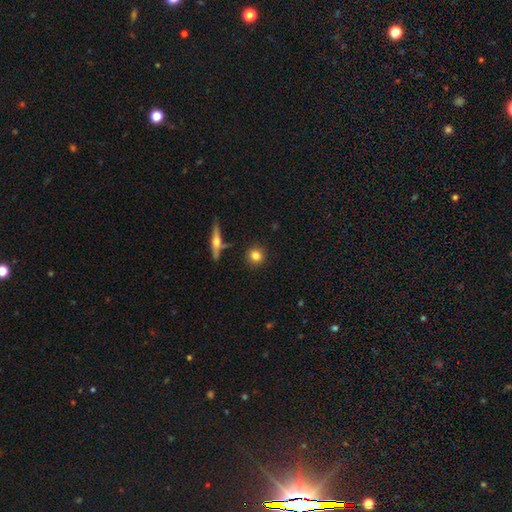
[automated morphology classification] smooth 80%, featured or disk 12%, star or artifact 9%. Down the decision tree: how rounded — round (88%); merging — none (87%).